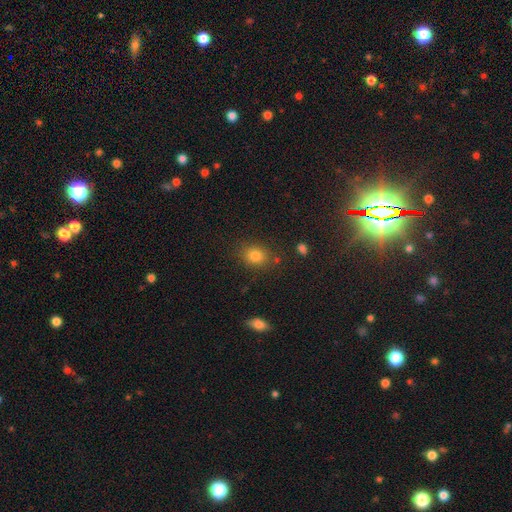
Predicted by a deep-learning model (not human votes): This is clearly a smooth galaxy (82%). How rounded: possibly in between (50%). Merging: likely none (80%).